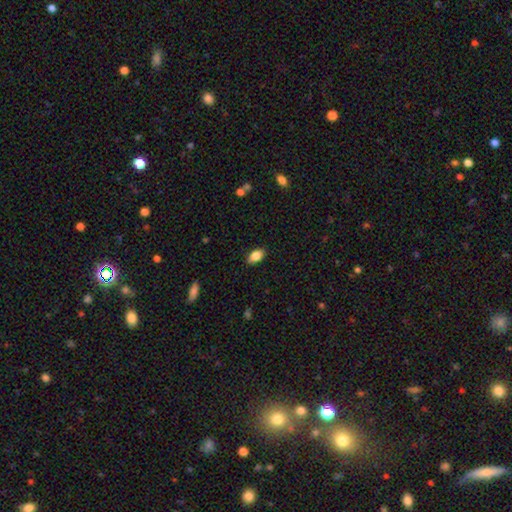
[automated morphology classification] smooth 85%, star or artifact 8%, featured or disk 7%. Down the decision tree: how rounded — in between (91%); merging — none (88%).